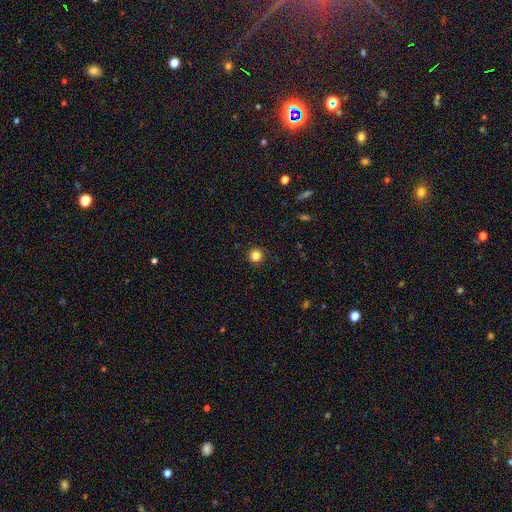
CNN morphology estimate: Smooth or featured? Predicted: smooth (p=0.84). How rounded? Predicted: round (p=0.95). Merging? Predicted: none (p=0.92).